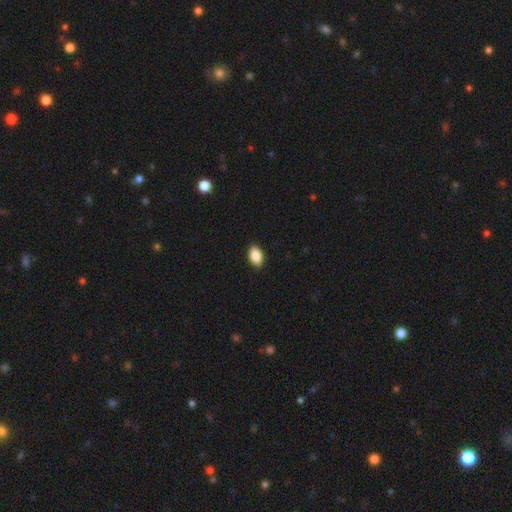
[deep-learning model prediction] The model was most divided on "smooth or featured": smooth: 88%, star or artifact: 7%, featured or disk: 5%. More confident: how rounded — in between (91%); merging — none (90%).